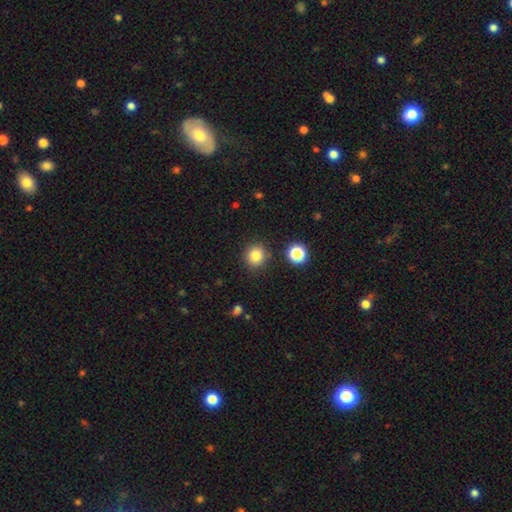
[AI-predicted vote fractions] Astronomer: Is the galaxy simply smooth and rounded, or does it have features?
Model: smooth — 82%.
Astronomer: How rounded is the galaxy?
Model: round — 91%.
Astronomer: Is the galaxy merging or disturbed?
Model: none — 87%.